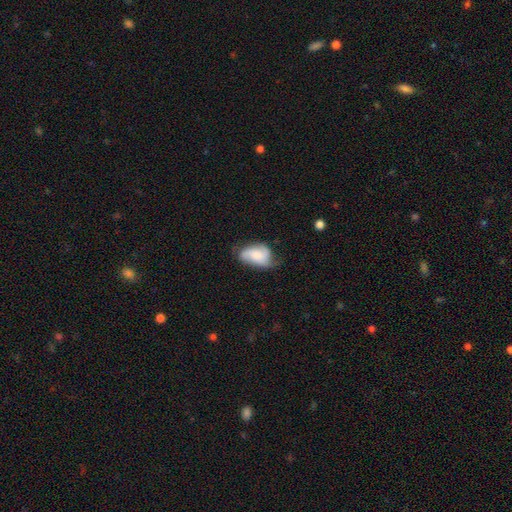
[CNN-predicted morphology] type=featured or disk (51%); edge-on=no (96%); merging=none (48%).